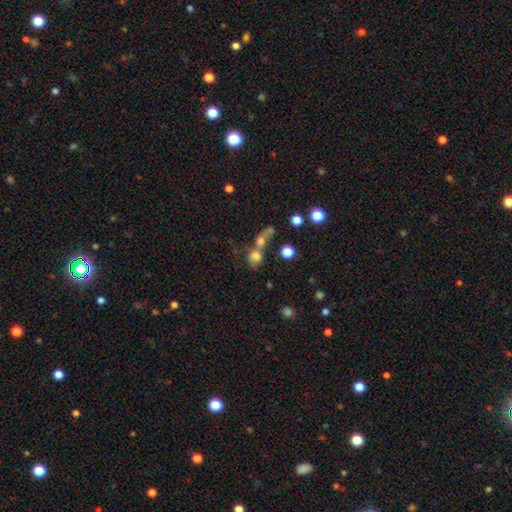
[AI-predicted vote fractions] smooth_or_featured: smooth (p=0.67) [alt: featured or disk p=0.18]
how_rounded: round (p=0.57) [alt: in between p=0.39]
merging: merger (p=0.59) [alt: none p=0.22]